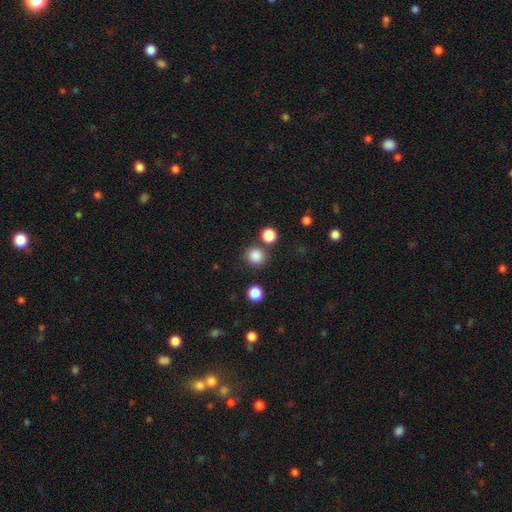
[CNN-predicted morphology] This appears to be a smooth galaxy with no disk features (85%) that is round (88%). Merging: none (80%).